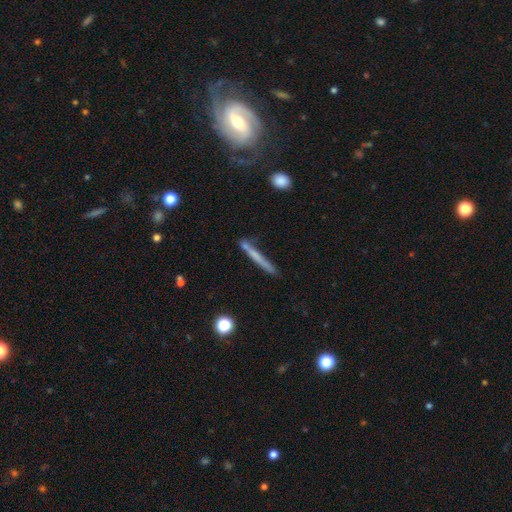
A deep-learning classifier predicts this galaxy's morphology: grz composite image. It shows a smooth galaxy with no disk features (53%) that is cigar-shaped (95%). Merging: none (76%).